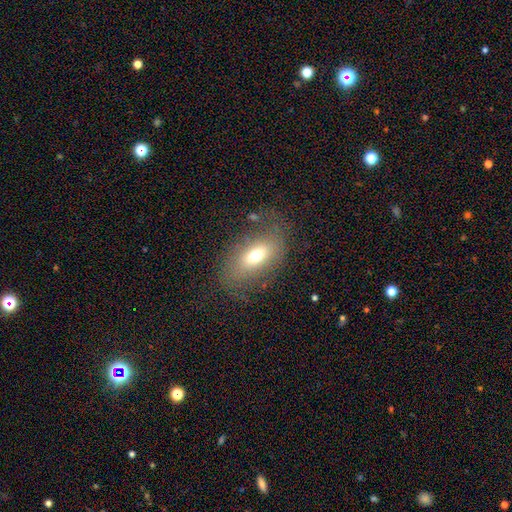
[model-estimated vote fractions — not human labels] The model was most divided on "smooth or featured": smooth: 62%, featured or disk: 26%, star or artifact: 12%. More confident: how rounded — in between (84%); merging — none (70%).